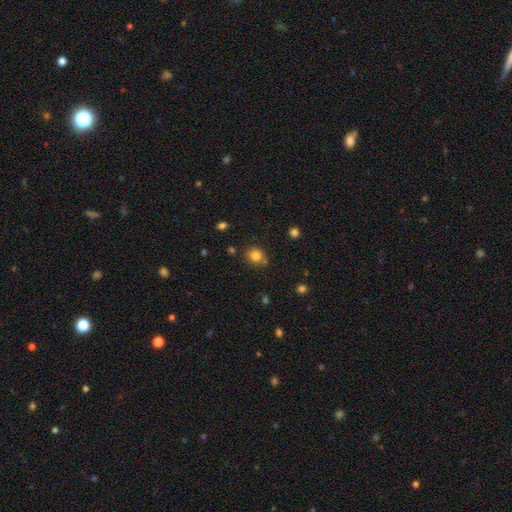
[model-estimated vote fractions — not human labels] Smooth or featured?
  - smooth: 82% *
  - star or artifact: 12%
  - featured or disk: 6%
How rounded?
  - round: 78% *
  - in between: 21%
  - cigar-shaped: 1%
Merging?
  - none: 77% *
  - minor disturbance: 14%
  - merger: 6%
  - major disturbance: 3%